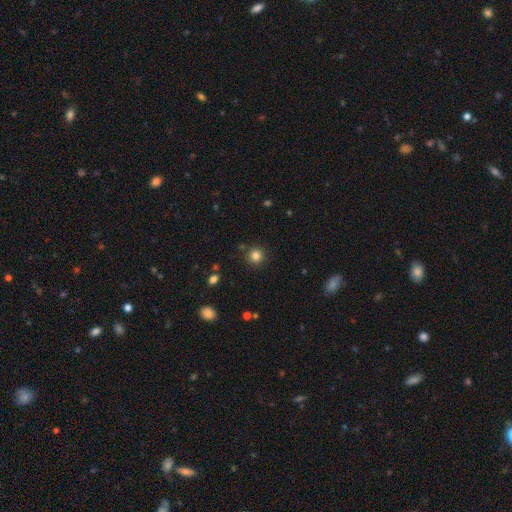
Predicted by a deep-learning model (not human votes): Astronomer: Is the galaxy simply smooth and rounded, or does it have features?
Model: smooth — 82%.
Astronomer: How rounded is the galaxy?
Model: round — 94%.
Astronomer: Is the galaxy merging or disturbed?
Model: none — 88%.